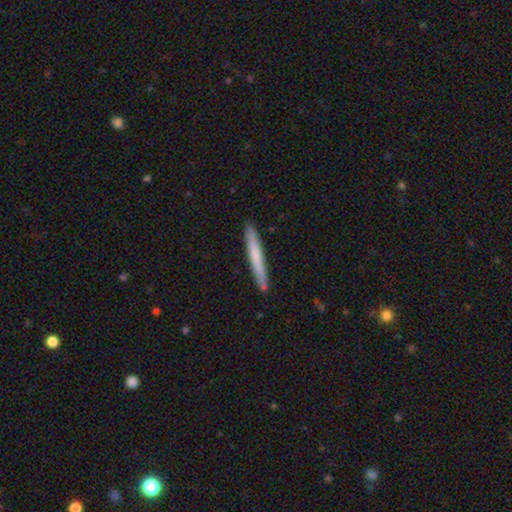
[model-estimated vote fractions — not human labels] Smooth or featured?
  - smooth: 67% *
  - featured or disk: 28%
  - star or artifact: 5%
How rounded?
  - cigar-shaped: 97% *
  - in between: 2%
  - round: 1%
Merging?
  - none: 90% *
  - minor disturbance: 8%
  - merger: 1%
  - major disturbance: 1%